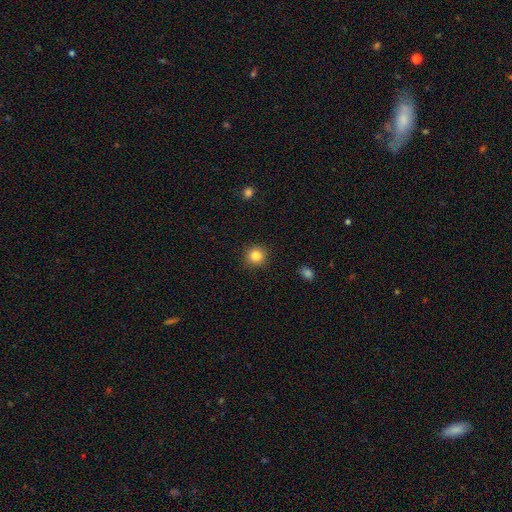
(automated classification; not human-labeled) smooth-or-featured: smooth: 83% | star or artifact: 11% | featured or disk: 6%
  how-rounded: round: 91% | in between: 8% | cigar-shaped: 1%
  merging: none: 91% | minor disturbance: 6% | major disturbance: 2% | merger: 1%